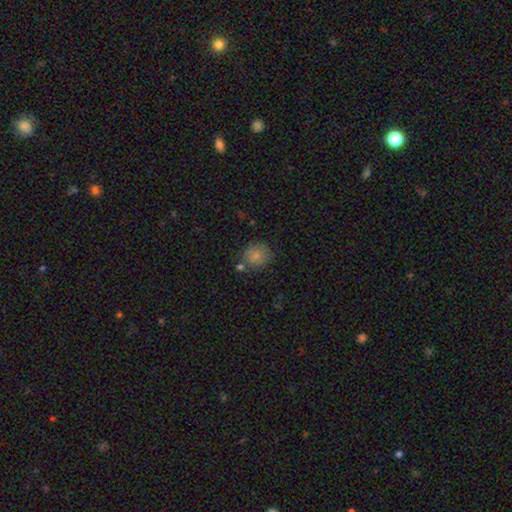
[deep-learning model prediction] smooth 80%, featured or disk 10%, star or artifact 9%. Down the decision tree: how rounded — round (82%); merging — none (67%).